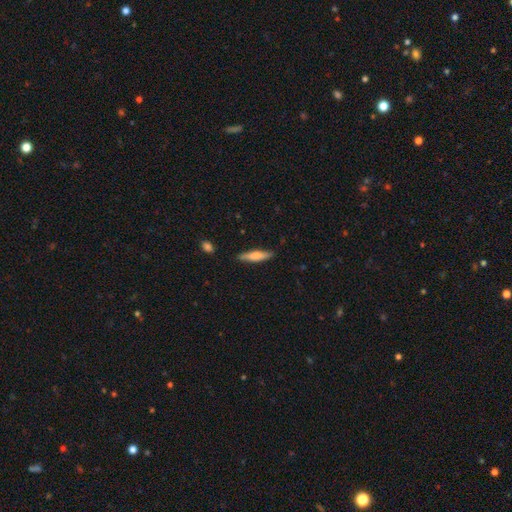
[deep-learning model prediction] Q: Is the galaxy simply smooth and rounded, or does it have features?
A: smooth — 64%.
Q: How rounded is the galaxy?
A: cigar-shaped — 82%.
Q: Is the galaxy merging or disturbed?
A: none — 85%.